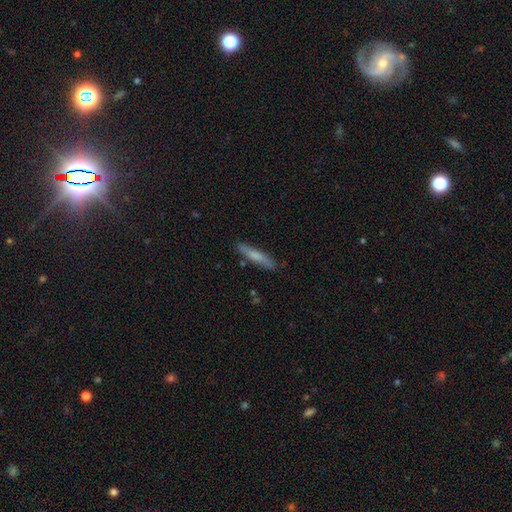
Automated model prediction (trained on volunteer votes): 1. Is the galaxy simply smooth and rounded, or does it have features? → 68% smooth, 26% featured or disk, 6% star or artifact.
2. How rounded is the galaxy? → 89% cigar-shaped, 10% in between, 1% round.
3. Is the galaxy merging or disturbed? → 85% none, 11% minor disturbance, 2% major disturbance, 2% merger.